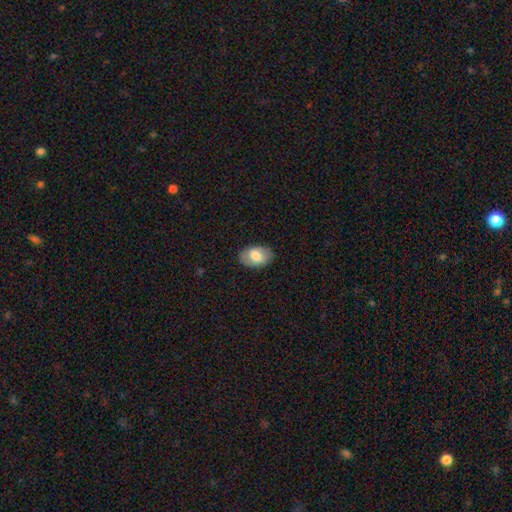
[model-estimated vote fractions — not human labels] This appears to be a smooth galaxy with no disk features (73%) that is in between round and cigar-shaped (90%). Merging: none (84%).